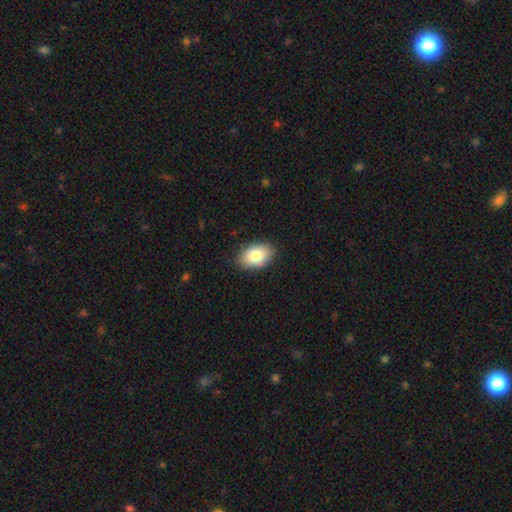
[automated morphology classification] Q: Smooth or featured?
A: smooth (82%); runner-up: featured or disk (11%)
Q: How rounded?
A: in between (89%); runner-up: round (9%)
Q: Merging?
A: none (86%); runner-up: minor disturbance (11%)